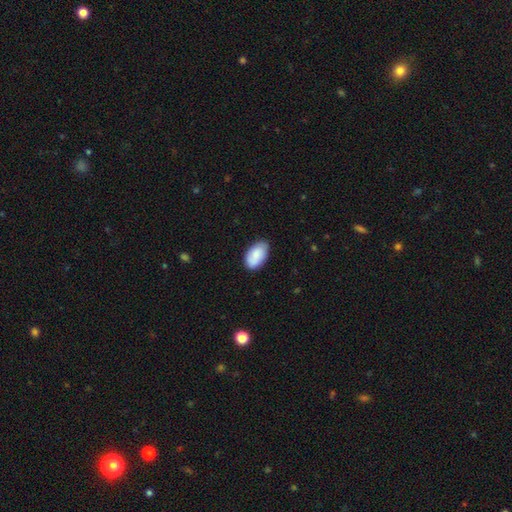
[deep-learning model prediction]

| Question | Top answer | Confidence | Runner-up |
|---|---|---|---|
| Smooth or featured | smooth | 81% | featured or disk (13%) |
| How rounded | in between | 95% | round (4%) |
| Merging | none | 79% | minor disturbance (17%) |